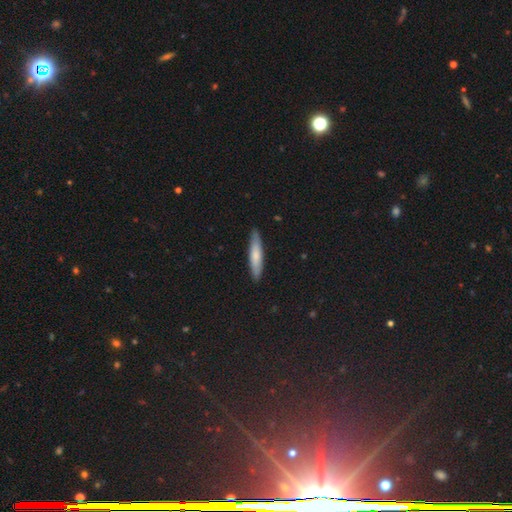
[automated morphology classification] Smooth or featured?
  - smooth: 69% *
  - featured or disk: 25%
  - star or artifact: 5%
How rounded?
  - cigar-shaped: 84% *
  - in between: 15%
  - round: 1%
Merging?
  - none: 88% *
  - minor disturbance: 9%
  - major disturbance: 2%
  - merger: 1%